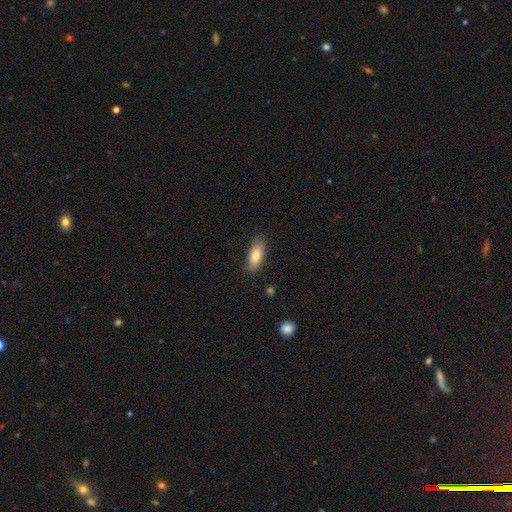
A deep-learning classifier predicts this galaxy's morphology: Overall: smooth (80%). How rounded: in between (71%). Merging: none (81%).